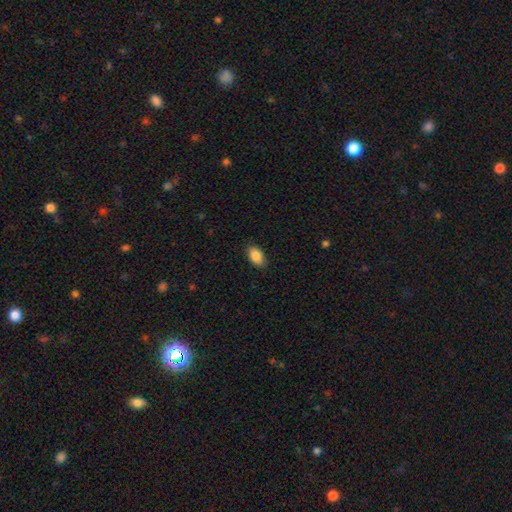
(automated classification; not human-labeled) Overall: smooth (88%). How rounded: in between (92%). Merging: none (87%).